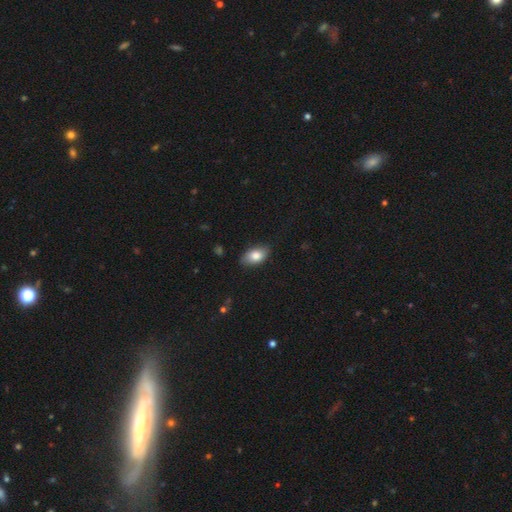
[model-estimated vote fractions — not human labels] Smooth or featured? smooth (82%)
How rounded? in between (92%)
Merging? none (83%)